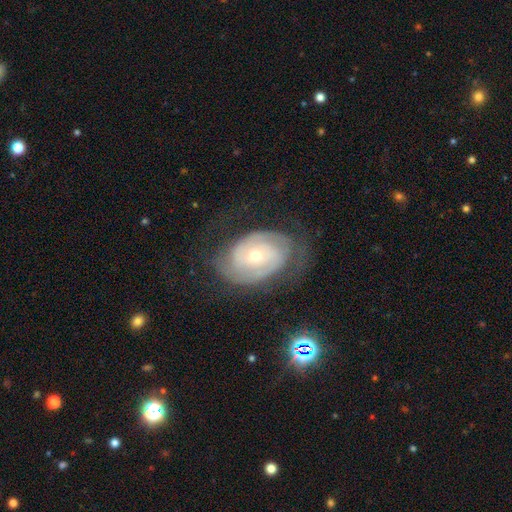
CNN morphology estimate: Smooth or featured? featured or disk (83%)
Edge-on disk? no (97%)
Bar? no (62%)
Spiral arms? yes (92%)
Spiral winding? tight (61%)
Spiral arm count? 2 (67%)
Bulge size? small (56%)
Merging? none (67%)